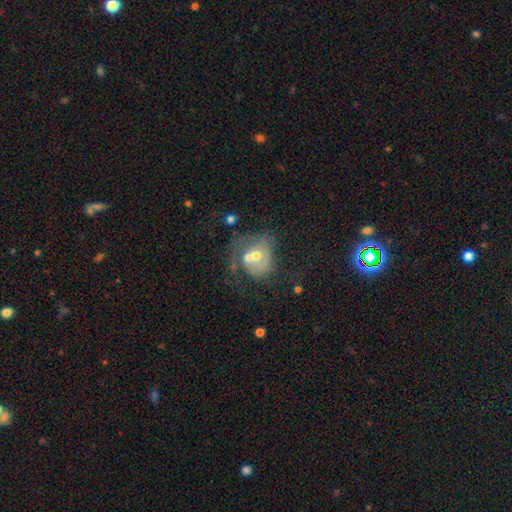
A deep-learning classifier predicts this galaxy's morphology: Q: Smooth or featured?
A: featured or disk (52%); runner-up: smooth (38%)
Q: Edge-on disk?
A: no (97%); runner-up: yes (3%)
Q: Bar?
A: no (79%); runner-up: weak (18%)
Q: Spiral arms?
A: no (57%); runner-up: yes (43%)
Q: Bulge size?
A: moderate (62%); runner-up: small (27%)
Q: Merging?
A: merger (46%); runner-up: none (21%)